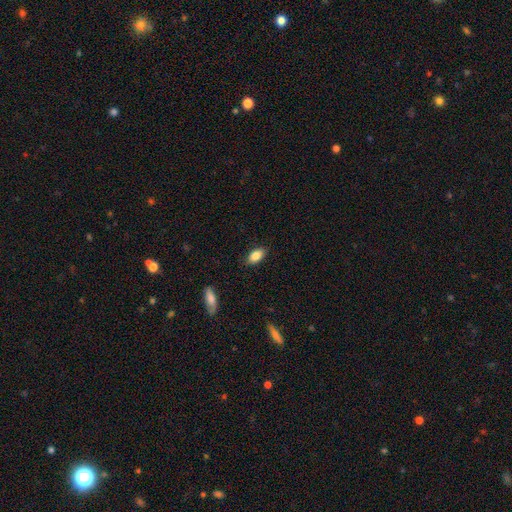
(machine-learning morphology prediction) type=smooth (86%); roundness=in between (91%); merging=none (86%).